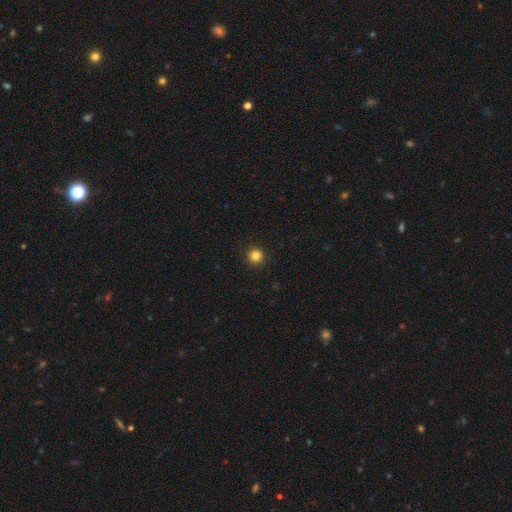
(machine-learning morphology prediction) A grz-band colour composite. It shows a smooth galaxy with no disk features (84%) that is round (95%). Merging: none (93%).